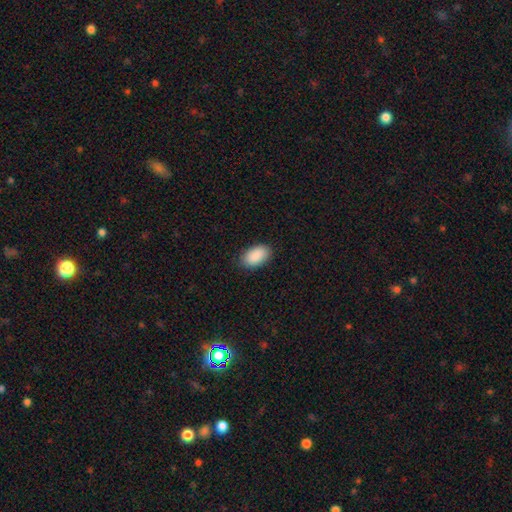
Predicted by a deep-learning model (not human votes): Smooth or featured? Predicted: smooth (p=0.91). How rounded? Predicted: in between (p=0.95). Merging? Predicted: none (p=0.87).